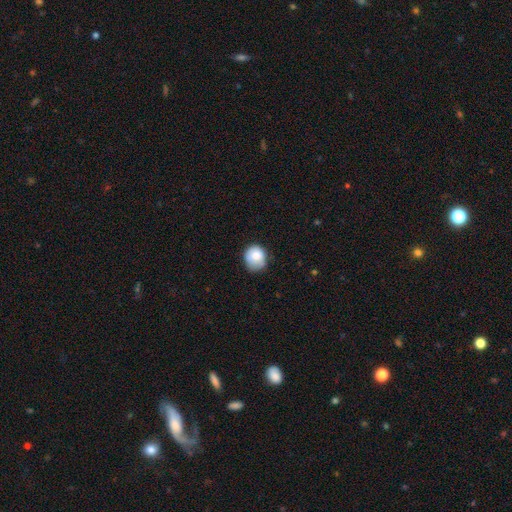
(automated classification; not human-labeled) Smooth or featured?
  - smooth: 81% *
  - featured or disk: 10%
  - star or artifact: 9%
How rounded?
  - round: 77% *
  - in between: 22%
  - cigar-shaped: 1%
Merging?
  - none: 61% *
  - minor disturbance: 30%
  - major disturbance: 6%
  - merger: 2%